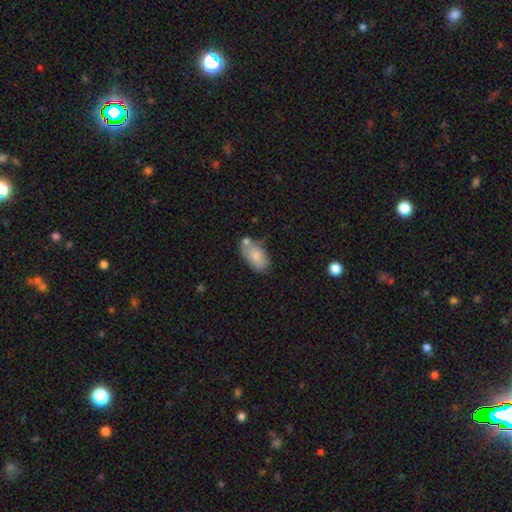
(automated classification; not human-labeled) Smooth or featured? smooth (79%)
How rounded? in between (93%)
Merging? none (53%)